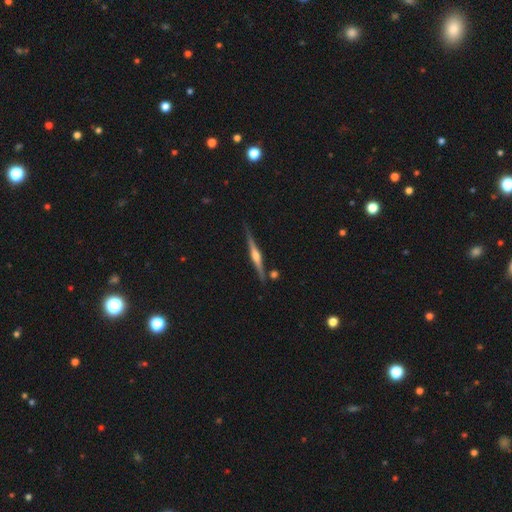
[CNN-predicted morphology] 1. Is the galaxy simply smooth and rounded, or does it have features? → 78% featured or disk, 17% smooth, 5% star or artifact.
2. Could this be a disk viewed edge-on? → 98% yes, 2% no.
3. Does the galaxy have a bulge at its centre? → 83% rounded, 10% boxy, 7% none.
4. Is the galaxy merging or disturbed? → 83% none, 11% minor disturbance, 4% merger, 2% major disturbance.